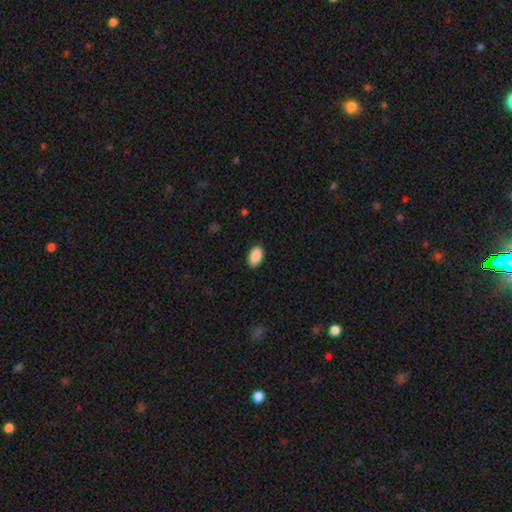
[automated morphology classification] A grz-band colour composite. It shows a smooth galaxy with no disk features (90%) that is in between round and cigar-shaped (94%). Merging: none (89%).